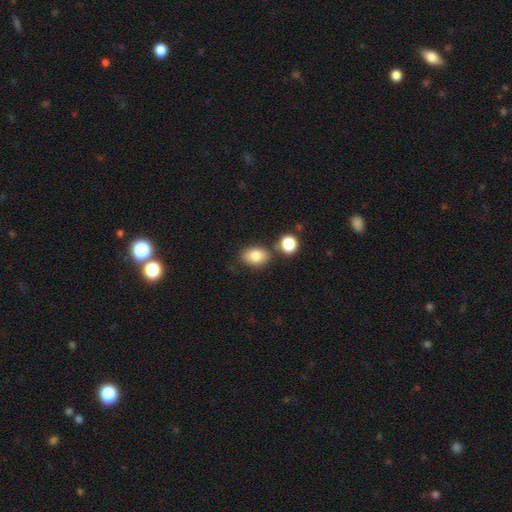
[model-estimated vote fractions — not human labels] A smooth galaxy with no disk features (82%) that is in between round and cigar-shaped (77%).

Vote fractions:
- Smooth or featured? smooth: 82% / featured or disk: 9% / star or artifact: 9%
- How rounded? in between: 77% / round: 21% / cigar-shaped: 1%
- Merging? none: 71% / minor disturbance: 13% / merger: 12% / major disturbance: 3%